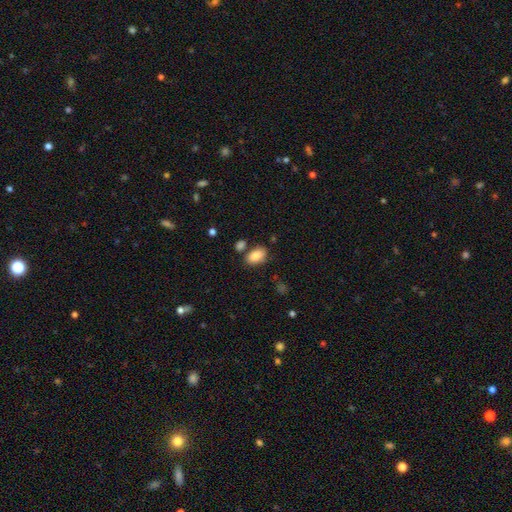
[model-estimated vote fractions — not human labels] Smooth or featured?
  - smooth: 86% *
  - star or artifact: 7%
  - featured or disk: 7%
How rounded?
  - in between: 92% *
  - round: 7%
  - cigar-shaped: 2%
Merging?
  - none: 73% *
  - minor disturbance: 14%
  - merger: 10%
  - major disturbance: 4%